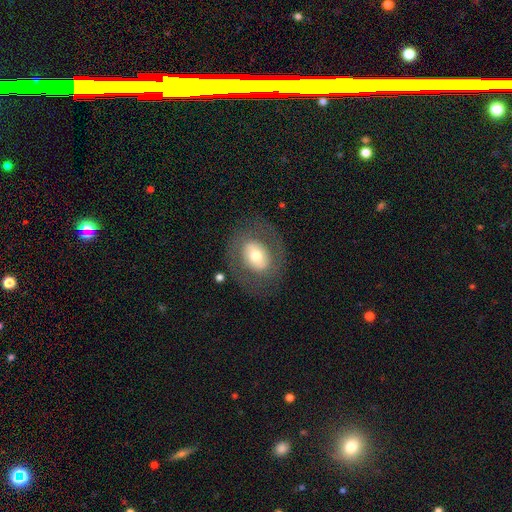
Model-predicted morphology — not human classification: smooth-or-featured: smooth: 46% (tied) | featured or disk: 46% (tied) | star or artifact: 8%
  merging: none: 76% | minor disturbance: 12% | major disturbance: 10% | merger: 1%